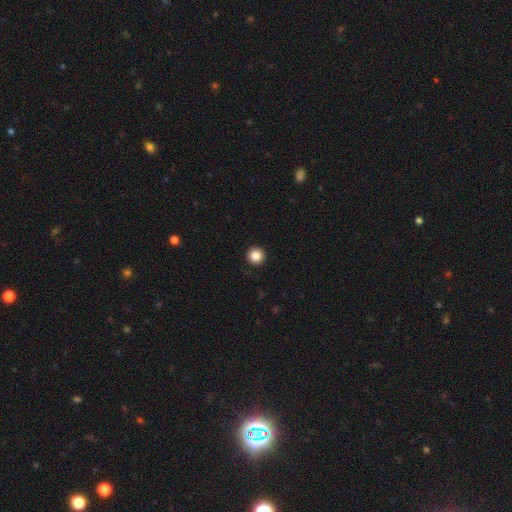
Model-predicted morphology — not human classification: type=smooth (87%); roundness=round (97%); merging=none (94%).